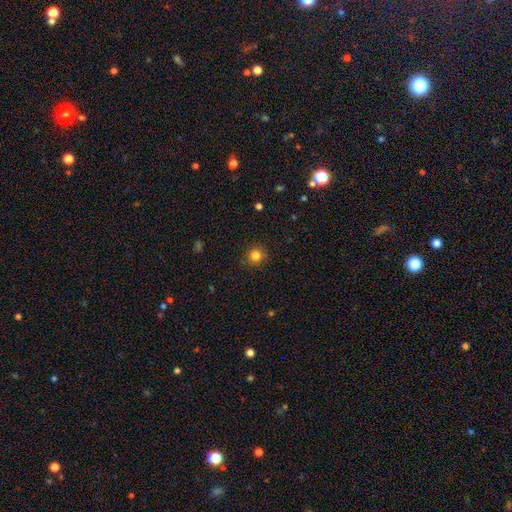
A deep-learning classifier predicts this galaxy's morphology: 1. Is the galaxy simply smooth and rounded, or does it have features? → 82% smooth, 13% star or artifact, 5% featured or disk.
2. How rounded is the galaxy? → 93% round, 6% in between, 1% cigar-shaped.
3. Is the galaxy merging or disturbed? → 90% none, 7% minor disturbance, 2% major disturbance, 1% merger.